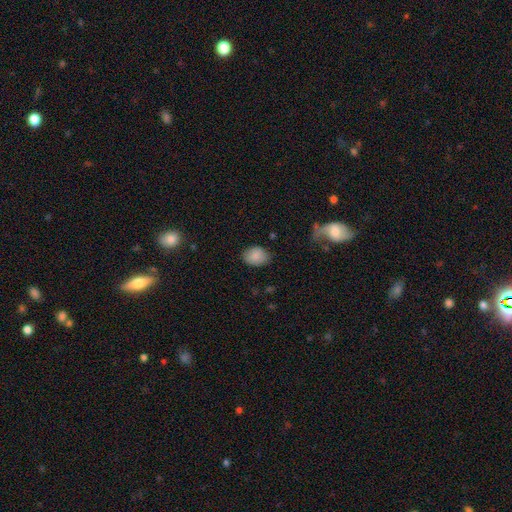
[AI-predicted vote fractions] smooth-or-featured: smooth: 86% | star or artifact: 8% | featured or disk: 6%
  how-rounded: in between: 71% | round: 28% | cigar-shaped: 1%
  merging: none: 80% | minor disturbance: 16% | major disturbance: 3% | merger: 1%